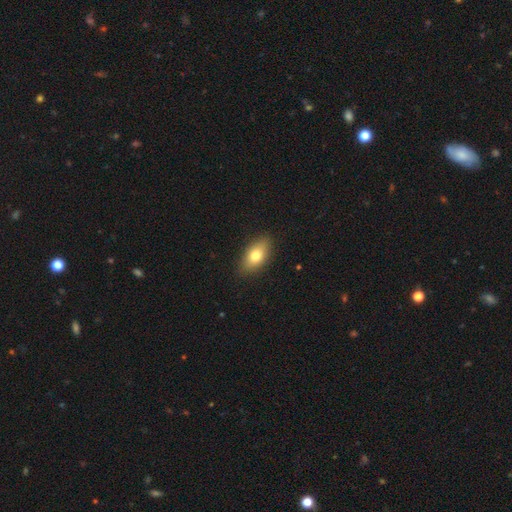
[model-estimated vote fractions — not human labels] Smooth or featured? smooth (75%)
How rounded? in between (87%)
Merging? none (87%)